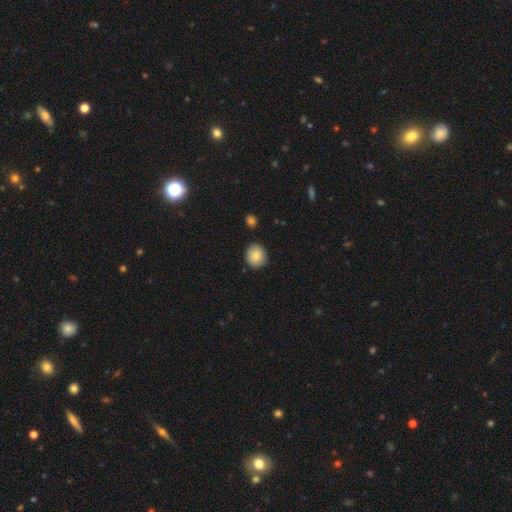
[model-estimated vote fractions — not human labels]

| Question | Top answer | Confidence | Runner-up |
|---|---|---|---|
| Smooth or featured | smooth | 85% | star or artifact (8%) |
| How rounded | round | 89% | in between (10%) |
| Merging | none | 87% | minor disturbance (9%) |